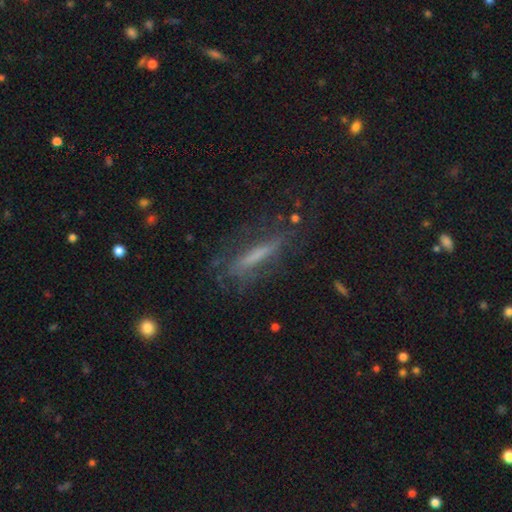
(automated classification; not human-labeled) smooth_or_featured: featured or disk (p=0.51) [alt: smooth p=0.35]
disk_edge_on: yes (p=0.59) [alt: no p=0.41]
merging: none (p=0.67) [alt: minor disturbance p=0.18]